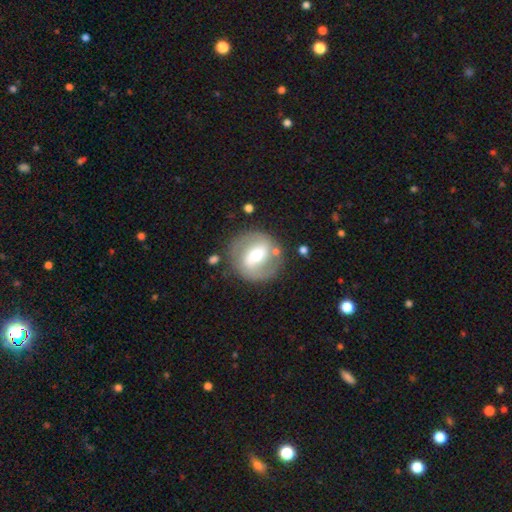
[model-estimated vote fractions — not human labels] Overall: featured or disk (66%; smooth 28%). Edge-on disk: no (95%). Bar: strong (44%; weak 38%). Spiral arms: yes (66%; no 34%). Bulge size: moderate (62%; small 22%). Merging: none (80%).